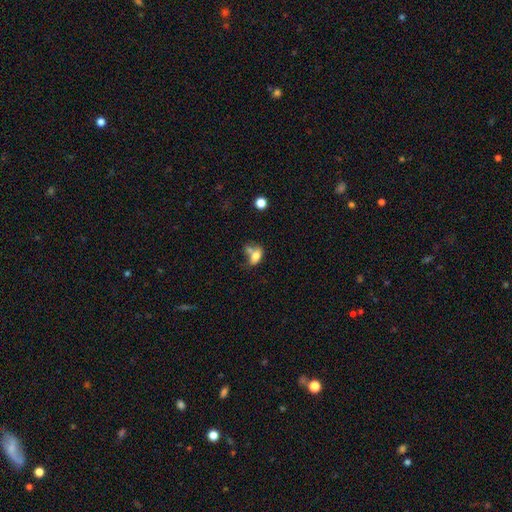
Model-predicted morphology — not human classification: type=smooth (74%); roundness=in between (84%); merging=merger (41%).